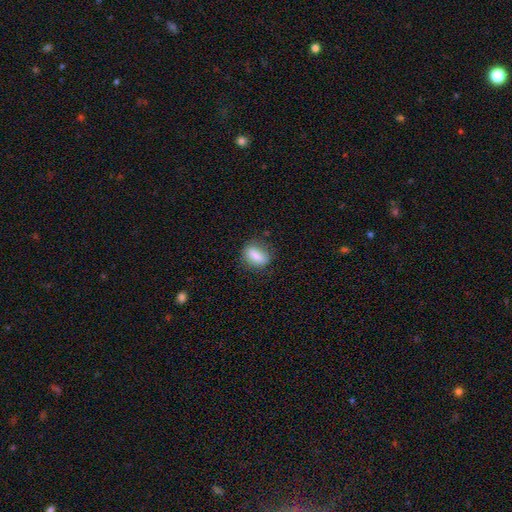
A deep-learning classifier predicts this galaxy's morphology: Smooth or featured: smooth — 81% (featured or disk — 11%)
How rounded: in between — 75% (round — 19%)
Merging: none — 75% (minor disturbance — 18%)